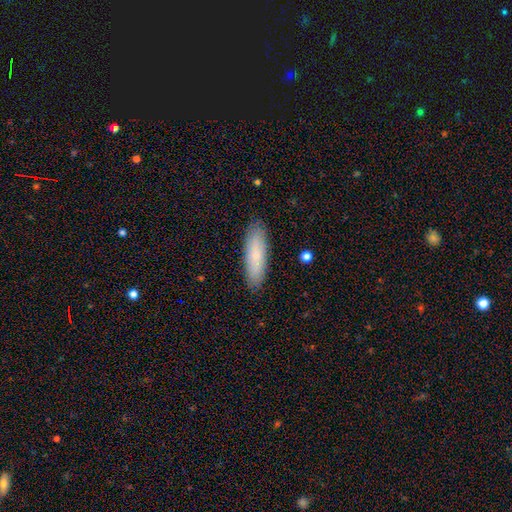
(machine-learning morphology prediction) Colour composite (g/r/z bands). It shows a smooth galaxy with no disk features (74%) that is cigar-shaped (62%). Merging: none (89%).